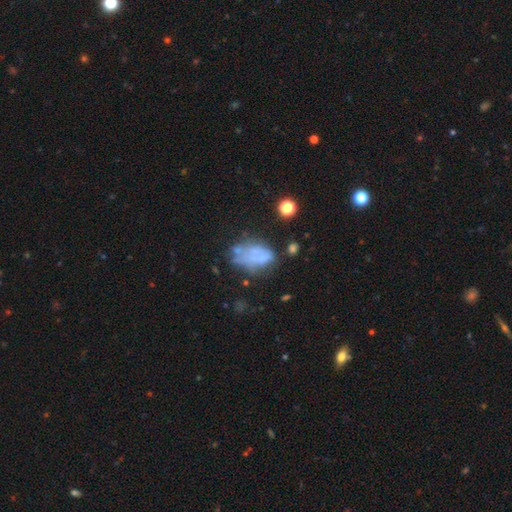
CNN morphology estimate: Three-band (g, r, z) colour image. It shows a smooth galaxy with no disk features (44%). Merging: none (36%).